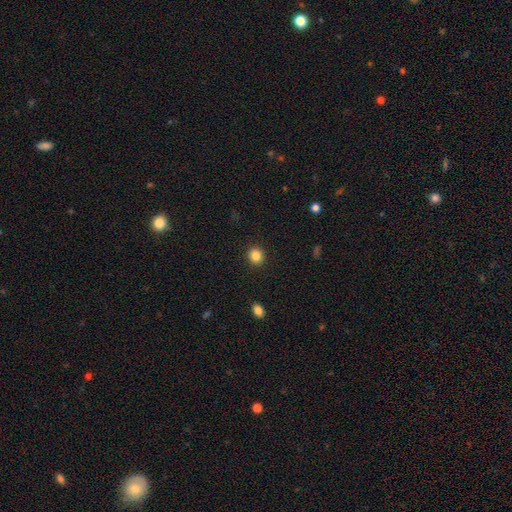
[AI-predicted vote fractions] Overall: smooth (85%). How rounded: round (89%). Merging: none (92%).